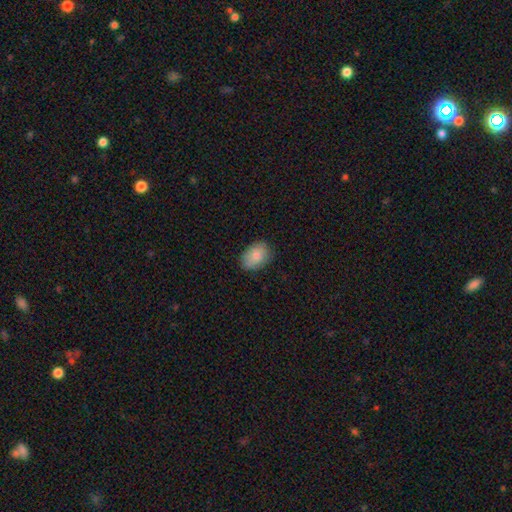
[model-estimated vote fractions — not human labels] A smooth galaxy with no disk features (84%) that is in between round and cigar-shaped (82%). Merging: none (81%).